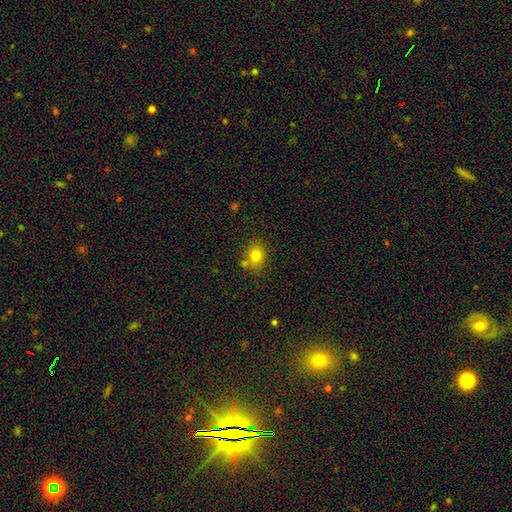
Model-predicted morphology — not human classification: Smooth or featured? smooth (79%)
How rounded? round (51%)
Merging? none (72%)